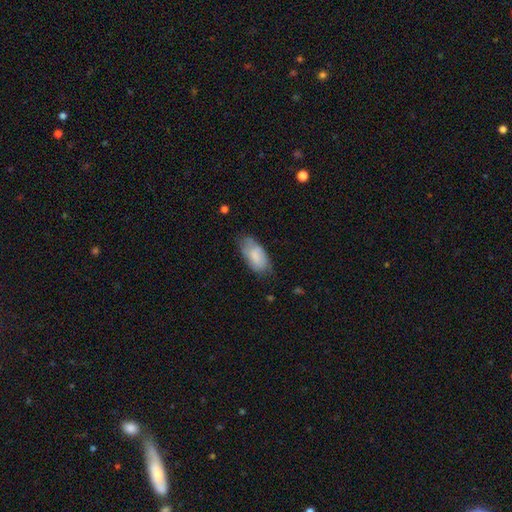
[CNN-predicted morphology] smooth 77%, featured or disk 16%, star or artifact 6%. Down the decision tree: how rounded — in between (93%); merging — none (62%).